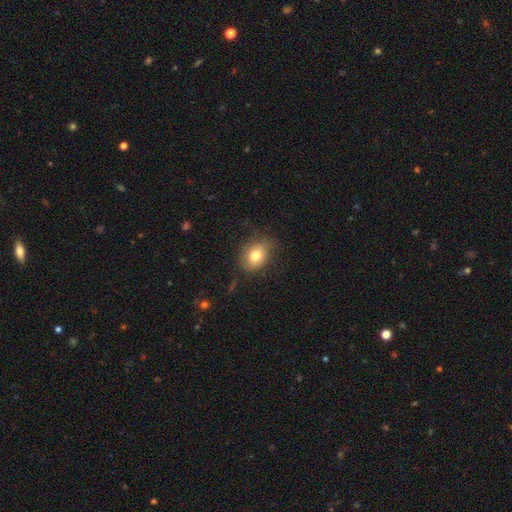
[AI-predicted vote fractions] Morphology: type=smooth (78%); roundness=in between (54%); merging=none (71%).